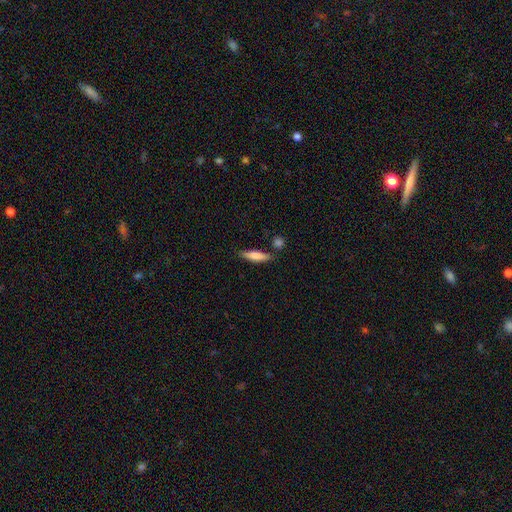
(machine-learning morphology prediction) A smooth galaxy with no disk features (74%) that is cigar-shaped (71%). Merging: none (77%).